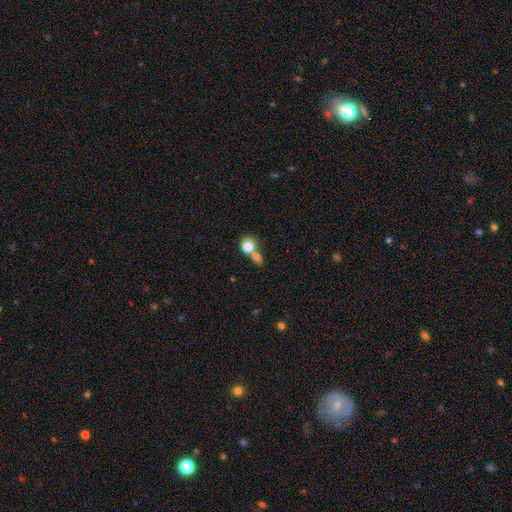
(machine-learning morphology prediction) type=smooth (76%); roundness=round (76%); merging=merger (47%).